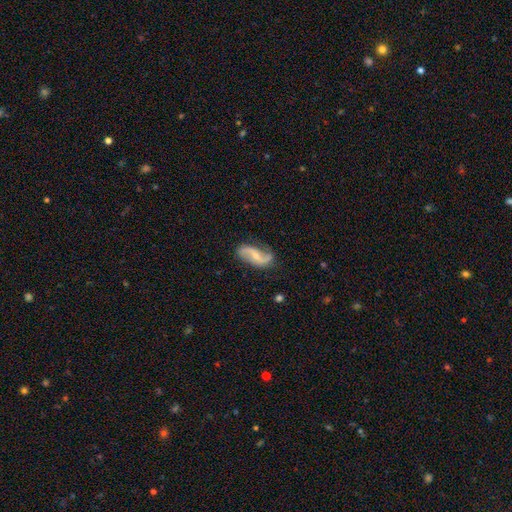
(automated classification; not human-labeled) Smooth or featured: featured or disk — 86% (smooth — 9%)
Edge-on disk: no — 97% (yes — 3%)
Bar: no — 42% (weak — 39%)
Spiral arms: yes — 96% (no — 4%)
Spiral winding: loose — 73% (medium — 21%)
Spiral arm count: 2 — 93% (1 — 2%)
Bulge size: small — 62% (moderate — 24%)
Merging: none — 77% (minor disturbance — 16%)